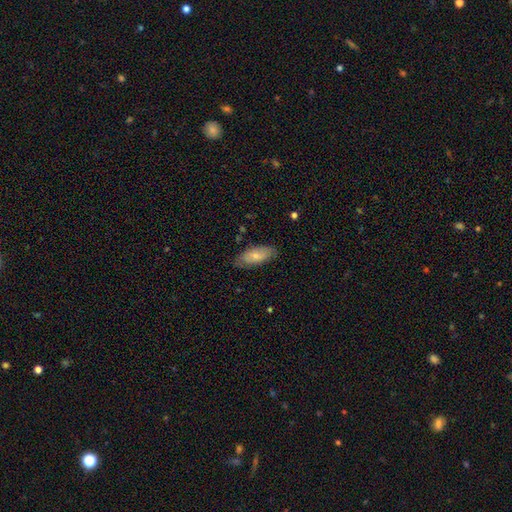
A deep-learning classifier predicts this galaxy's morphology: smooth 70%, featured or disk 25%, star or artifact 6%. Down the decision tree: how rounded — in between (85%); merging — none (77%).